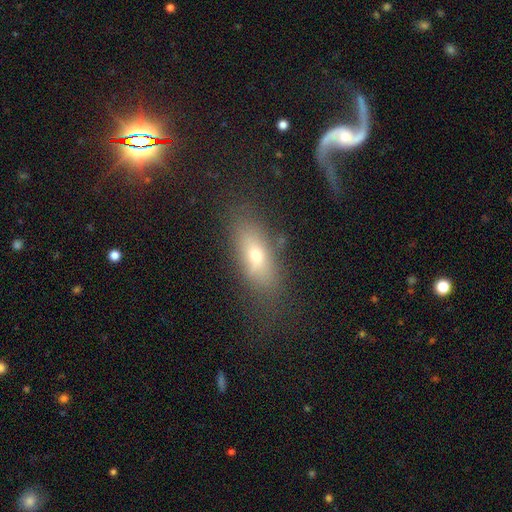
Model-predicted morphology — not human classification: Q: Smooth or featured?
A: smooth (64%); runner-up: featured or disk (25%)
Q: How rounded?
A: in between (72%); runner-up: cigar-shaped (22%)
Q: Merging?
A: none (66%); runner-up: minor disturbance (18%)